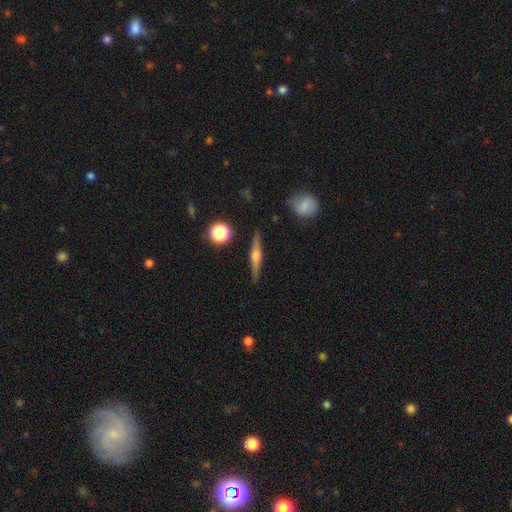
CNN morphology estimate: Smooth or featured? featured or disk (71%)
Edge-on disk? yes (97%)
Edge-on bulge? rounded (87%)
Merging? none (90%)